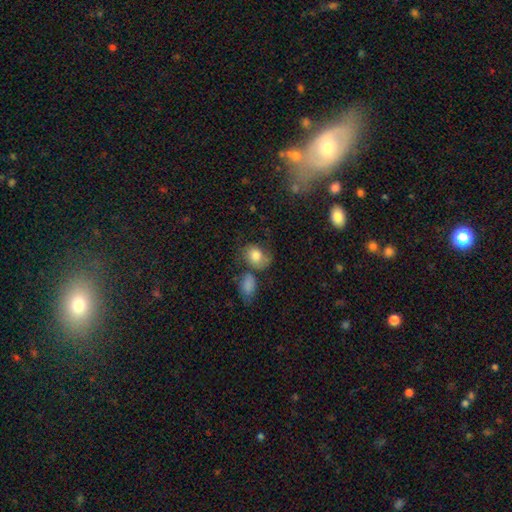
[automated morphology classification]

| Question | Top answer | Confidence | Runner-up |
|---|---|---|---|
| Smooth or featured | smooth | 75% | featured or disk (16%) |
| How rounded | in between | 57% | round (42%) |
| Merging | none | 39% | minor disturbance (23%) |